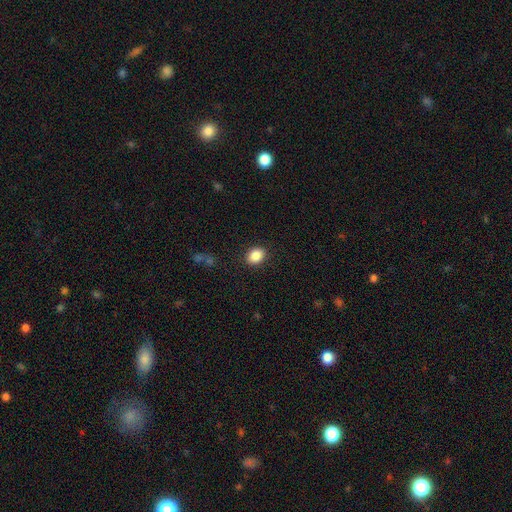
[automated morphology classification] The model was most divided on "how rounded": in between: 62%, round: 37%, cigar-shaped: 1%. More confident: merging — none (89%); smooth or featured — smooth (87%).